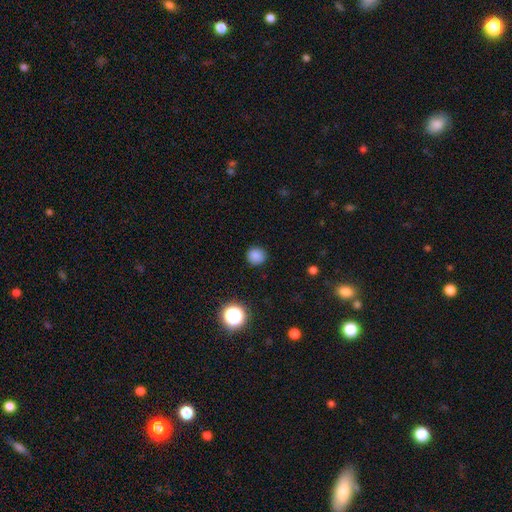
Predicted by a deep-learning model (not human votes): smooth_or_featured: smooth (p=0.84) [alt: star or artifact p=0.13]
how_rounded: round (p=0.91) [alt: in between p=0.08]
merging: none (p=0.89) [alt: minor disturbance p=0.07]